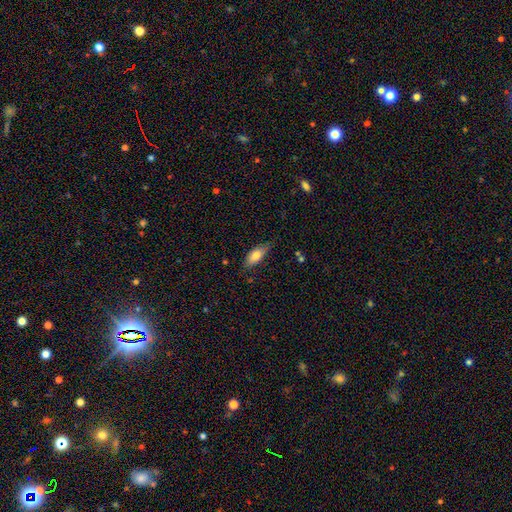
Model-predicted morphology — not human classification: Overall: smooth (74%). How rounded: in between (74%). Merging: none (74%).